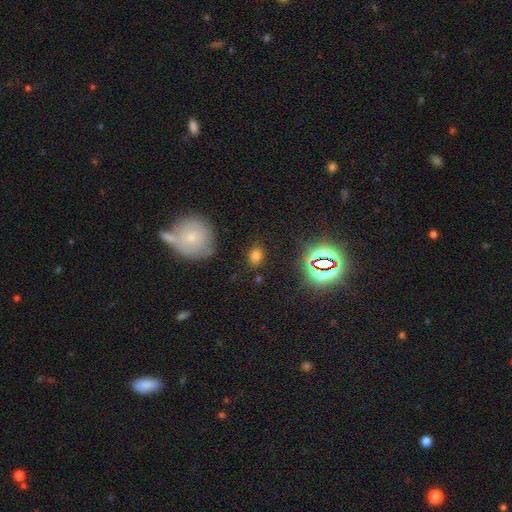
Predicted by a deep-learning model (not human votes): Q: Smooth or featured?
A: smooth (70%); runner-up: star or artifact (22%)
Q: How rounded?
A: in between (63%); runner-up: round (35%)
Q: Merging?
A: none (81%); runner-up: minor disturbance (12%)